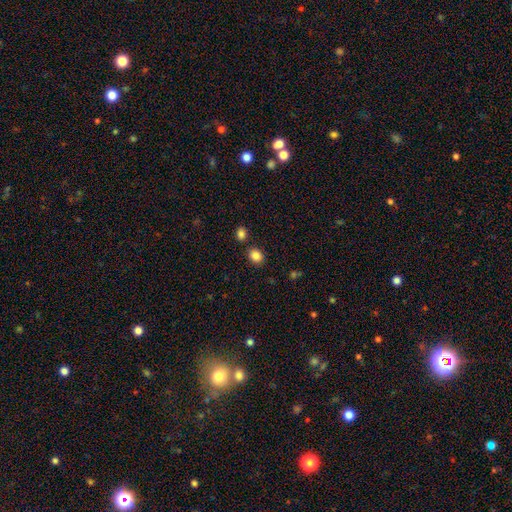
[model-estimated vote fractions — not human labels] Smooth or featured? Predicted: smooth (p=0.86). How rounded? Predicted: round (p=0.53). Merging? Predicted: none (p=0.80).